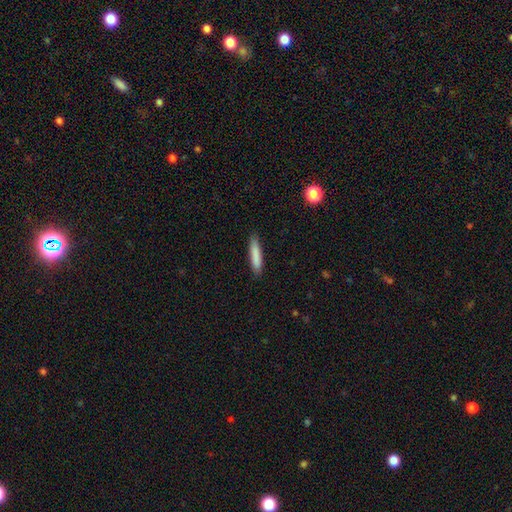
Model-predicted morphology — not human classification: This is clearly a smooth galaxy (85%). How rounded: clearly cigar-shaped (86%). Merging: clearly none (87%).